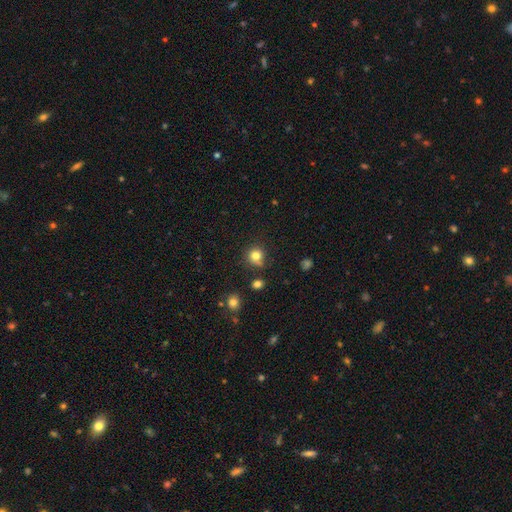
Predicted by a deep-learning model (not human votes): Overall: smooth (80%). How rounded: round (88%). Merging: none (71%).